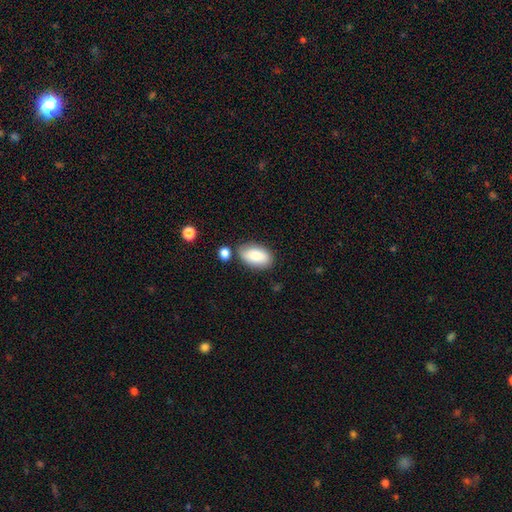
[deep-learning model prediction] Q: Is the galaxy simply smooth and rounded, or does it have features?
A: smooth — 81%.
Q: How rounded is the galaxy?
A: in between — 93%.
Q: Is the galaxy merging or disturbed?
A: none — 73%.